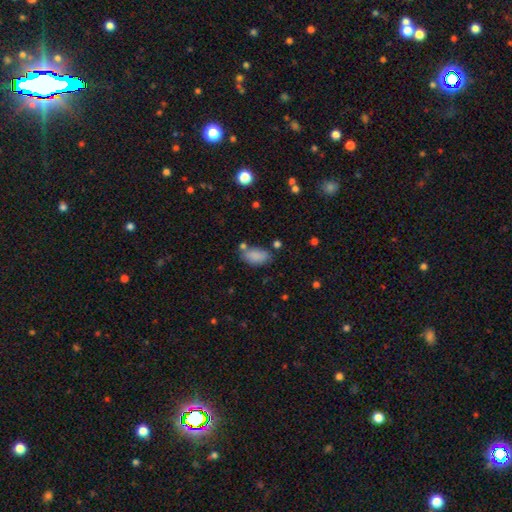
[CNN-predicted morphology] This is clearly a smooth galaxy (85%). How rounded: clearly in between (92%). Merging: likely none (64%).